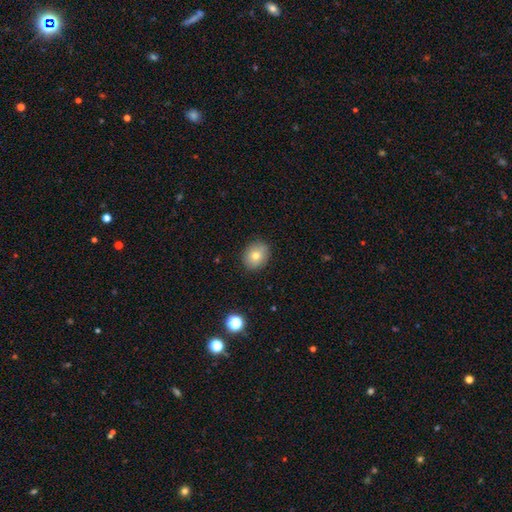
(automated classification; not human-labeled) A smooth galaxy with no disk features (75%) that is round (59%). Merging: none (87%).